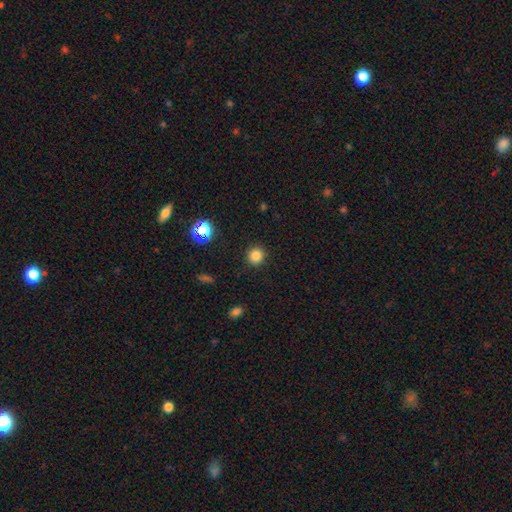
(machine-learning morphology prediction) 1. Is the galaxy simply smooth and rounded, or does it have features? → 83% smooth, 13% star or artifact, 4% featured or disk.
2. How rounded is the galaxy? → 92% round, 7% in between, 1% cigar-shaped.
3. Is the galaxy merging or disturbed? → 91% none, 6% minor disturbance, 2% major disturbance, 1% merger.